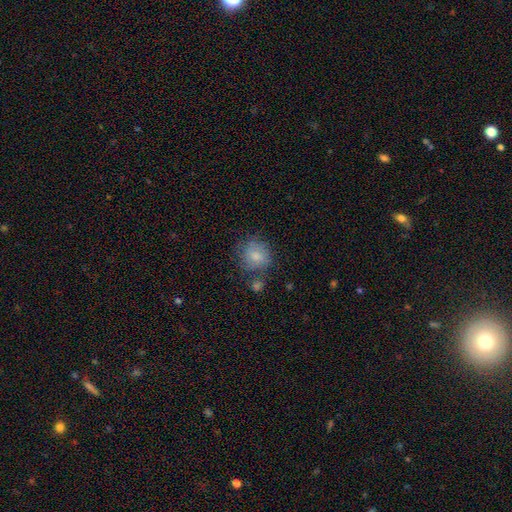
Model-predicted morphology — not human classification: The model was most divided on "merging": none: 60%, minor disturbance: 21%, merger: 10%, major disturbance: 9%. More confident: how rounded — round (80%); smooth or featured — smooth (77%).